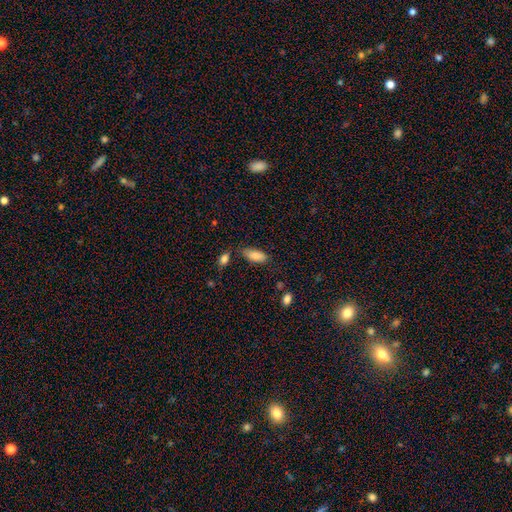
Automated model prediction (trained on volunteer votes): Smooth or featured?
  - smooth: 85% *
  - featured or disk: 8%
  - star or artifact: 7%
How rounded?
  - in between: 86% *
  - cigar-shaped: 12%
  - round: 2%
Merging?
  - none: 68% *
  - minor disturbance: 22%
  - merger: 6%
  - major disturbance: 5%